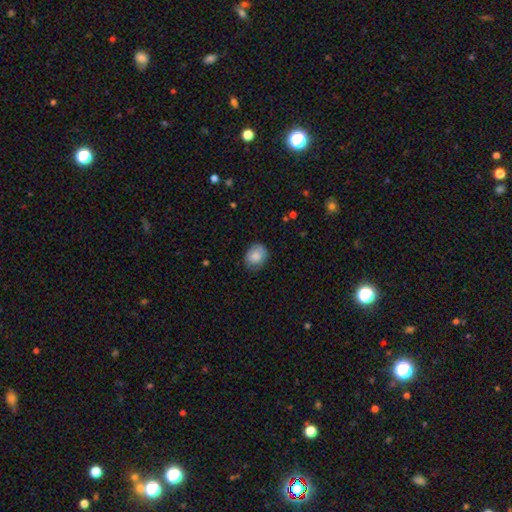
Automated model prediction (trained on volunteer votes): The model was most divided on "how rounded": round: 56%, in between: 43%, cigar-shaped: 1%. More confident: smooth or featured — smooth (81%); merging — none (75%).